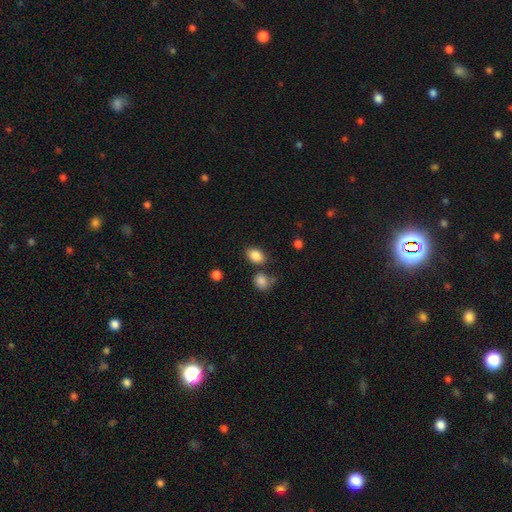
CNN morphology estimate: Smooth or featured: smooth — 86% (star or artifact — 9%)
How rounded: in between — 80% (round — 19%)
Merging: none — 72% (minor disturbance — 13%)